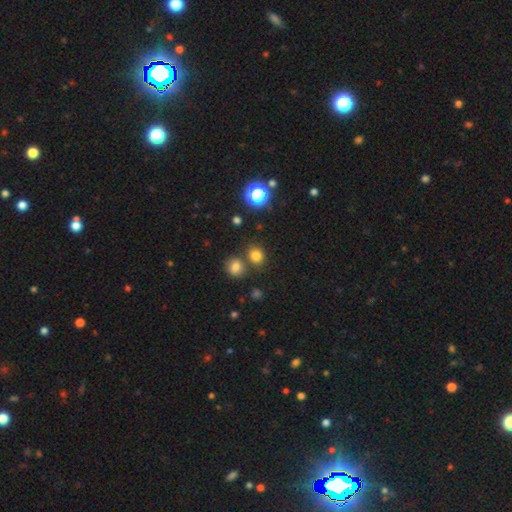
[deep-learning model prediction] Smooth or featured? Predicted: smooth (p=0.78). How rounded? Predicted: round (p=0.77). Merging? Predicted: none (p=0.70).